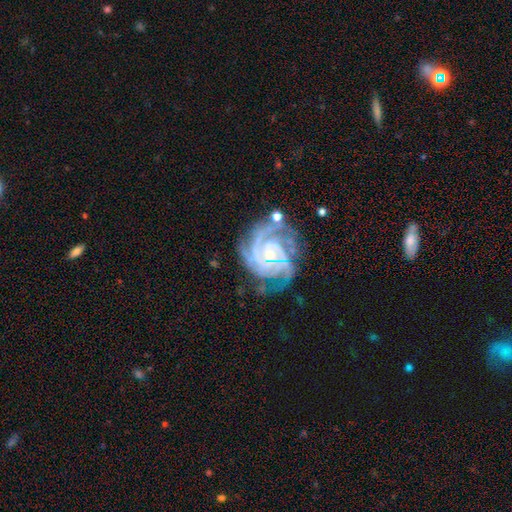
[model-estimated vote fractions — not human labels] smooth-or-featured: featured or disk: 90% | star or artifact: 5% | smooth: 4%
  disk-edge-on: no: 98% | yes: 2%
    bar: no: 61% | weak: 30% | strong: 10%
    has-spiral-arms: yes: 98% | no: 2%
      spiral-winding: tight: 69% | medium: 27% | loose: 4%
      spiral-arm-count: 3: 34% | 2: 21% | 4: 16% | can't tell: 15% | more than 4: 7% | 1: 7%
    bulge-size: small: 56% | moderate: 35% | none: 5% | large: 3% | dominant: 1%
  merging: none: 61% | minor disturbance: 21% | major disturbance: 12% | merger: 5%